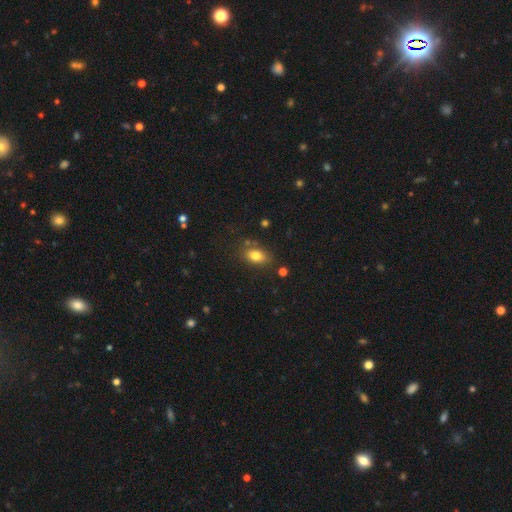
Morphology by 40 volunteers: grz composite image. It shows a smooth galaxy with no disk features (82%) that is in between round and cigar-shaped (76%). Merging: none (84%).